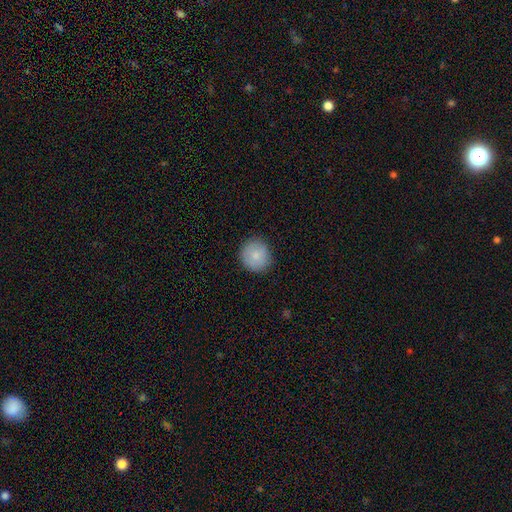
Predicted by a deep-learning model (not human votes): smooth_or_featured: smooth (p=0.83) [alt: featured or disk p=0.10]
how_rounded: round (p=0.91) [alt: in between p=0.08]
merging: none (p=0.87) [alt: minor disturbance p=0.10]